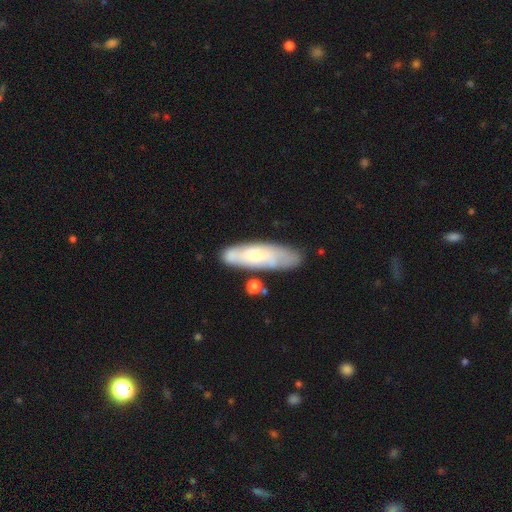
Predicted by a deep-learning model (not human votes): Smooth or featured: smooth — 53% (featured or disk — 41%)
How rounded: cigar-shaped — 57% (in between — 41%)
Merging: none — 70% (minor disturbance — 18%)